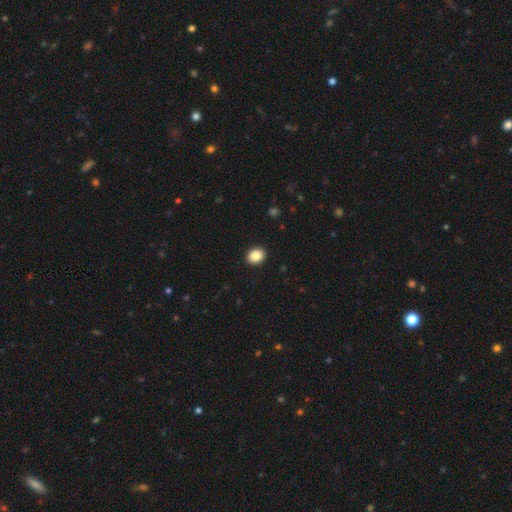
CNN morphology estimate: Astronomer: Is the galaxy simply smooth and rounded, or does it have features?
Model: smooth — 86%.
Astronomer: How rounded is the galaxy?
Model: round — 55% (runner-up: in between, 44%).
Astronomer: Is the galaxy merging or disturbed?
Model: none — 92%.